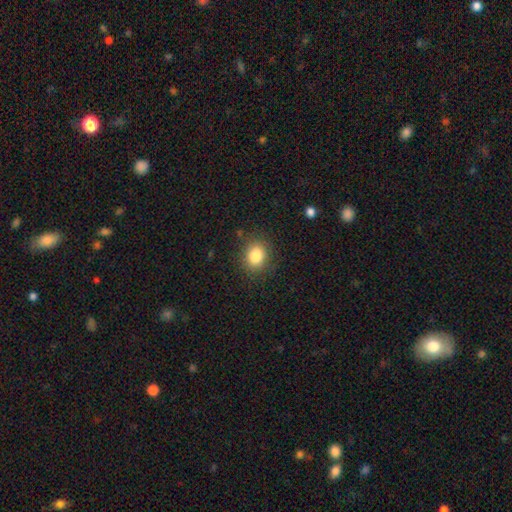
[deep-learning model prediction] smooth_or_featured: smooth (p=0.83) [alt: star or artifact p=0.10]
how_rounded: round (p=0.60) [alt: in between p=0.40]
merging: none (p=0.85) [alt: minor disturbance p=0.10]